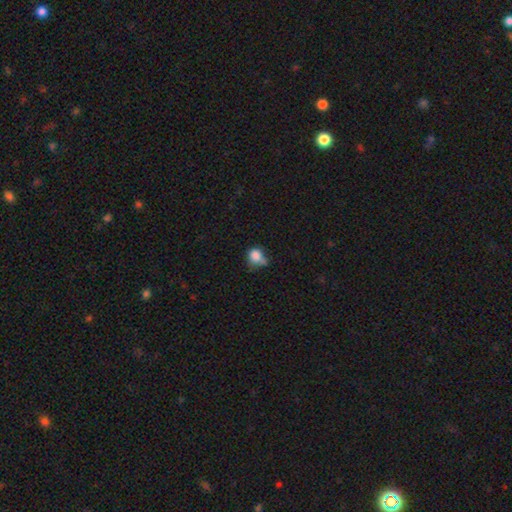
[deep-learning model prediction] Smooth or featured? Predicted: smooth (p=0.82). How rounded? Predicted: round (p=0.75). Merging? Predicted: none (p=0.39).